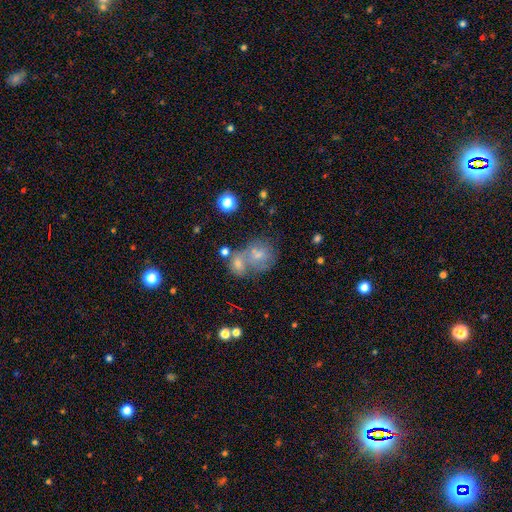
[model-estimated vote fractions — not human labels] smooth_or_featured: smooth (p=0.48) [alt: featured or disk p=0.34]
merging: merger (p=0.50) [alt: none p=0.34]